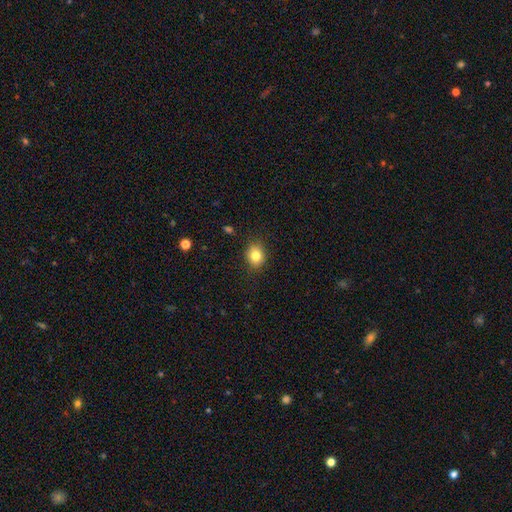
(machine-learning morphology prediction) Overall: smooth (81%). How rounded: round (59%; in between 40%). Merging: none (85%).